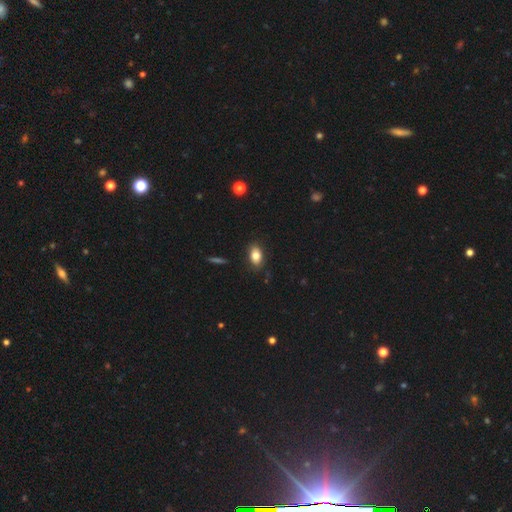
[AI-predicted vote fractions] Overall: smooth (80%). How rounded: in between (87%). Merging: none (83%).